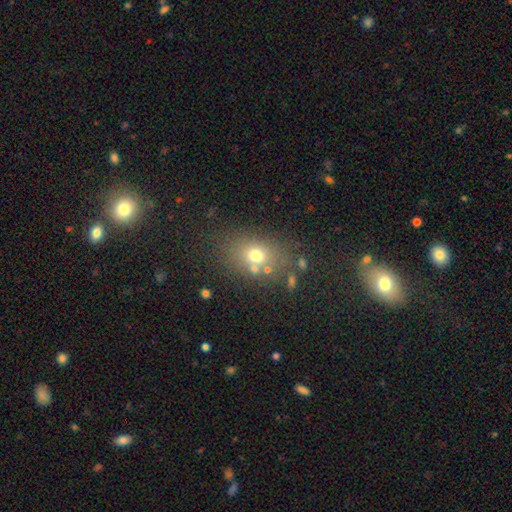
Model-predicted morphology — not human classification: Smooth or featured? Predicted: smooth (p=0.66). How rounded? Predicted: in between (p=0.56). Merging? Predicted: none (p=0.67).